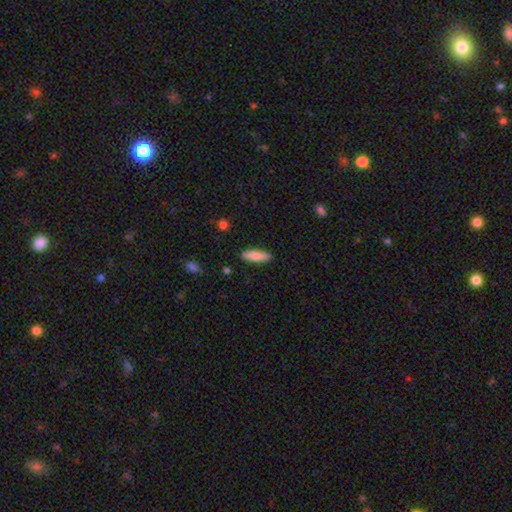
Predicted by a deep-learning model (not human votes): The model was most divided on "how rounded": cigar-shaped: 56%, in between: 42%, round: 2%. More confident: merging — none (88%); smooth or featured — smooth (76%).